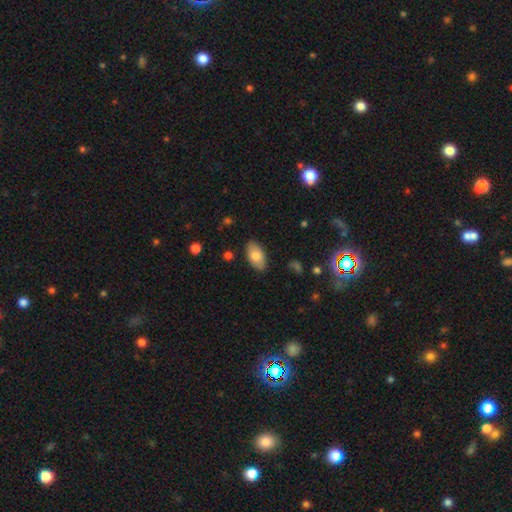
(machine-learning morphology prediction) This is likely a smooth galaxy (74%). How rounded: clearly in between (94%). Merging: clearly none (86%).